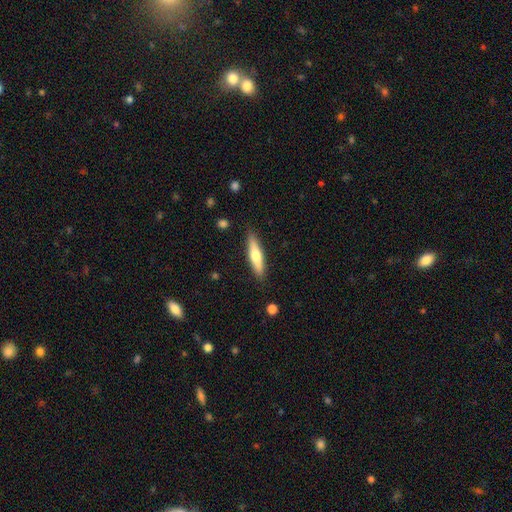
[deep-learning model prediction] Smooth or featured? smooth (56%)
How rounded? cigar-shaped (79%)
Merging? none (88%)